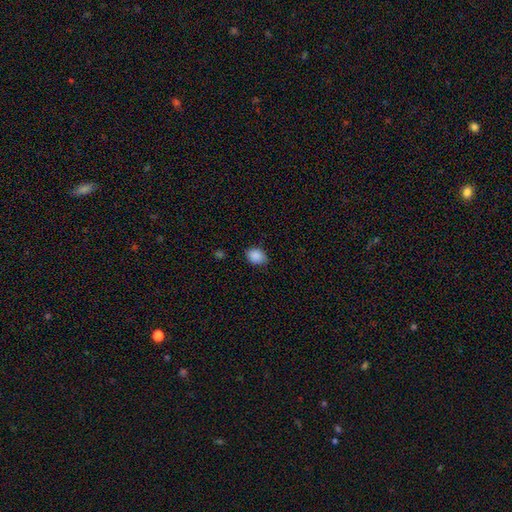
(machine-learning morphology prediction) The model was most divided on "how rounded": in between: 61%, round: 38%, cigar-shaped: 1%. More confident: smooth or featured — smooth (89%); merging — none (76%).